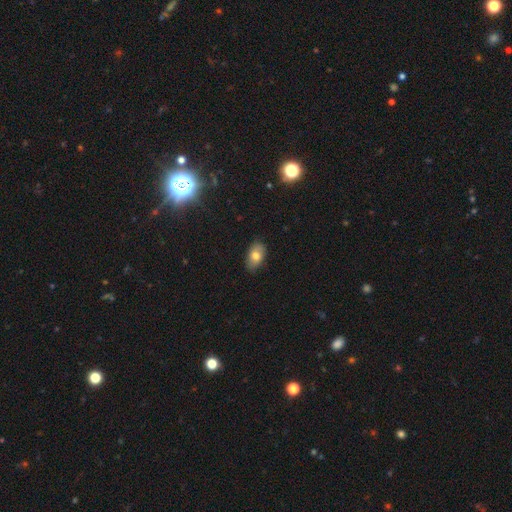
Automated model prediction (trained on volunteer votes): A smooth galaxy with no disk features (75%) that is in between round and cigar-shaped (90%). Merging: none (83%).